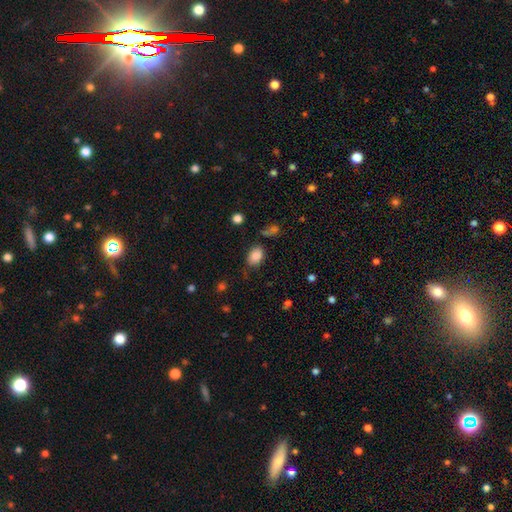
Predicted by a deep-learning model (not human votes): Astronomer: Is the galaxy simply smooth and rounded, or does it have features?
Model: smooth — 85%.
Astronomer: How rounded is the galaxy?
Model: in between — 80%.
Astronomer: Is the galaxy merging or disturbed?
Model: none — 75%.